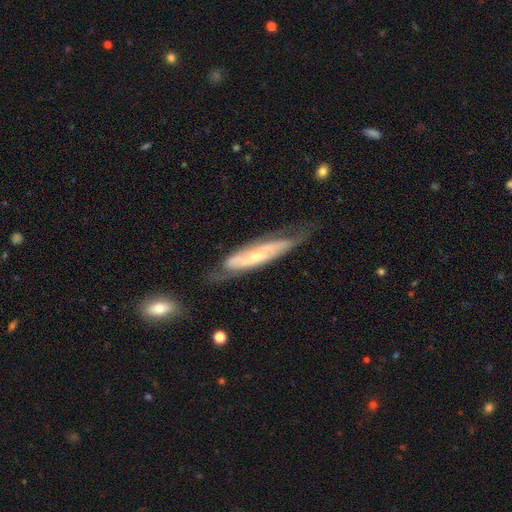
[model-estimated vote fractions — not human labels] Morphology: type=featured or disk (77%); edge-on=no (67%); bar=no (50%); spiral arms=yes (87%); bulge=small (61%); merging=none (60%).